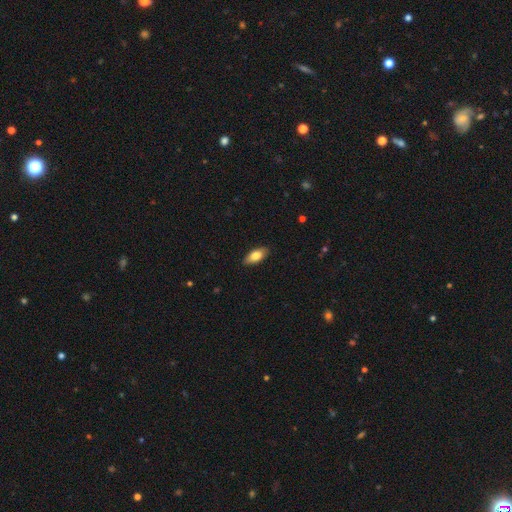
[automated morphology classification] A smooth galaxy with no disk features (79%) that is in between round and cigar-shaped (87%).

Vote fractions:
- Smooth or featured? smooth: 79% / featured or disk: 15% / star or artifact: 6%
- How rounded? in between: 87% / cigar-shaped: 10% / round: 3%
- Merging? none: 88% / minor disturbance: 10% / major disturbance: 2% / merger: 1%